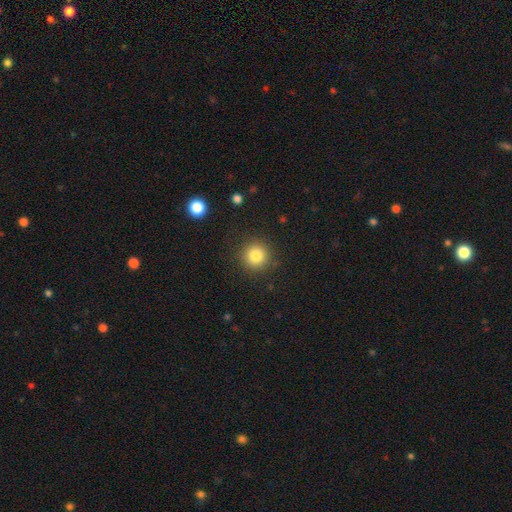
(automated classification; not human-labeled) smooth-or-featured: smooth: 83% | star or artifact: 11% | featured or disk: 6%
  how-rounded: round: 94% | in between: 5% | cigar-shaped: 1%
  merging: none: 89% | minor disturbance: 7% | major disturbance: 3% | merger: 1%